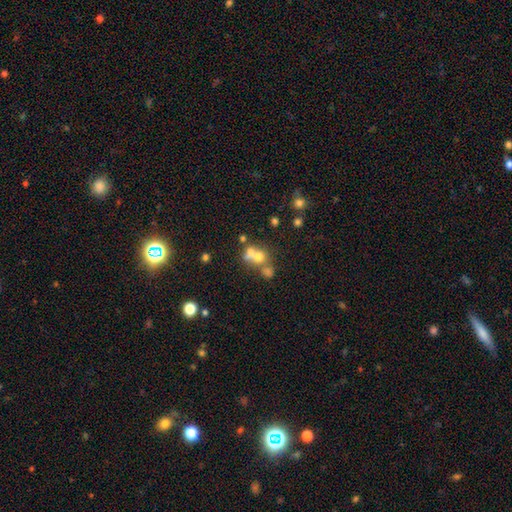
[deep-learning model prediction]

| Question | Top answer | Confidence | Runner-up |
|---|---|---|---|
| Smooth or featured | smooth | 60% | featured or disk (24%) |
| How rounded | round | 72% | in between (26%) |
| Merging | merger | 57% | none (30%) |